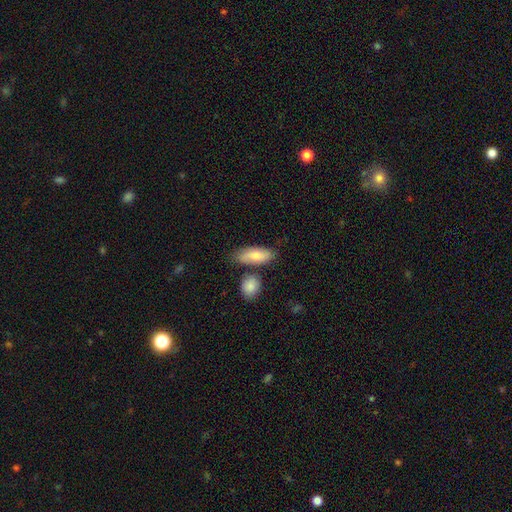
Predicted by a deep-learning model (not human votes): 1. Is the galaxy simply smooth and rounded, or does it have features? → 72% smooth, 22% featured or disk, 6% star or artifact.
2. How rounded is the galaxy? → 77% in between, 19% cigar-shaped, 4% round.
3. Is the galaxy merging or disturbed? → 66% none, 17% minor disturbance, 13% merger, 4% major disturbance.